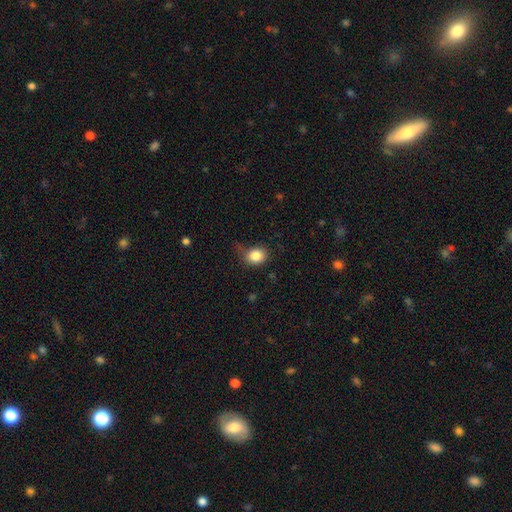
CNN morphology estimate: Overall: smooth (84%). How rounded: round (65%; in between 34%). Merging: none (67%).